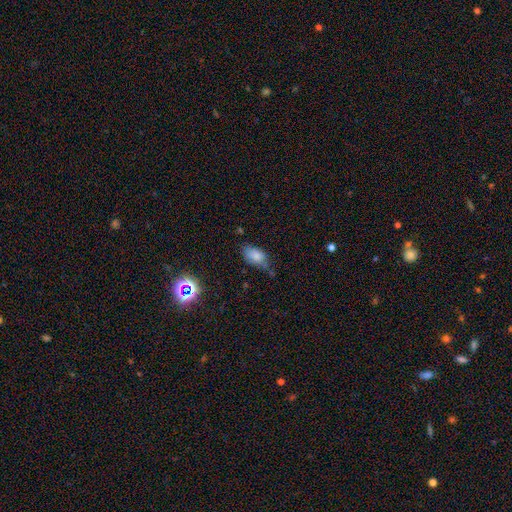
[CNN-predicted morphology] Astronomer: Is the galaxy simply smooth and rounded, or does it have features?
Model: smooth — 79%.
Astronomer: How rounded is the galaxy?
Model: in between — 88%.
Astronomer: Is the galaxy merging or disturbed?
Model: none — 51% (runner-up: minor disturbance, 35%).